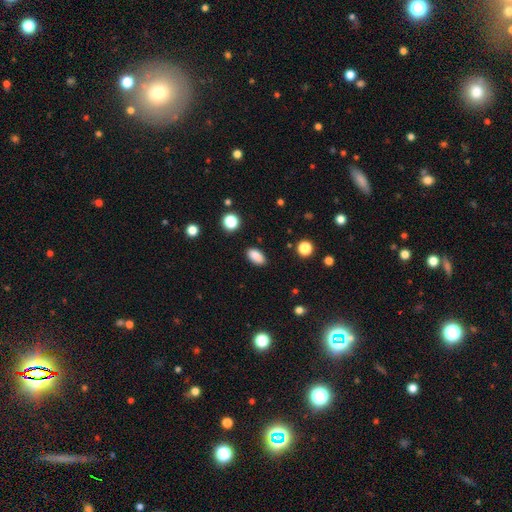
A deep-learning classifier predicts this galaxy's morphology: Smooth or featured?
  - smooth: 87% *
  - star or artifact: 9%
  - featured or disk: 4%
How rounded?
  - in between: 91% *
  - round: 5%
  - cigar-shaped: 4%
Merging?
  - none: 88% *
  - minor disturbance: 9%
  - major disturbance: 2%
  - merger: 1%